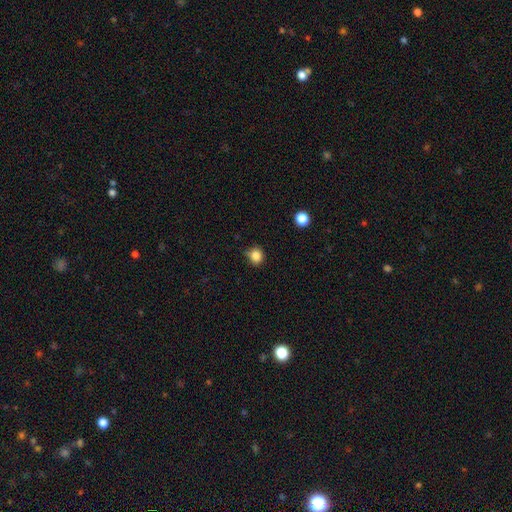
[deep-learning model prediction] Smooth or featured? Predicted: smooth (p=0.84). How rounded? Predicted: round (p=0.85). Merging? Predicted: none (p=0.76).